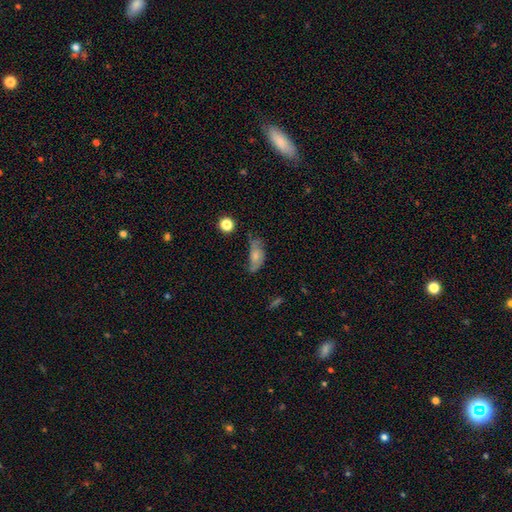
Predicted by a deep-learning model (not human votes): This is likely a smooth galaxy (60%). How rounded: clearly in between (87%). Merging: marginally none (44%).